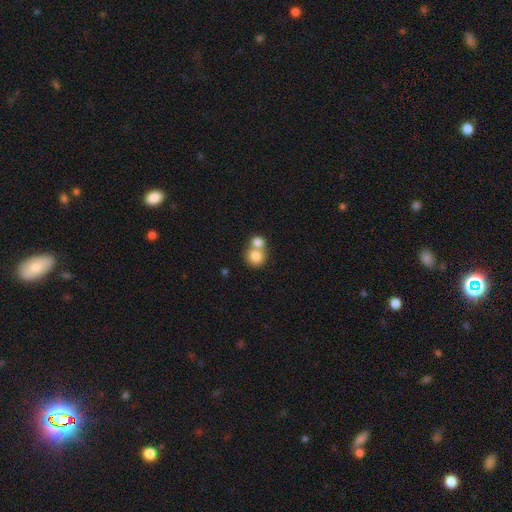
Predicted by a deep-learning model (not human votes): Morphology: type=smooth (79%); roundness=round (83%); merging=merger (60%).